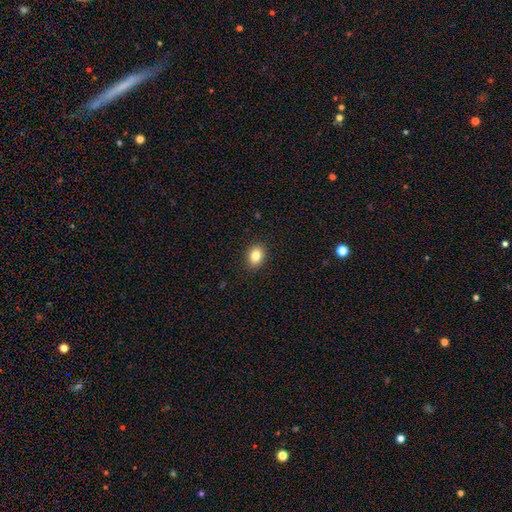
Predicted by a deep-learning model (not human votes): A smooth galaxy with no disk features (83%) that is in between round and cigar-shaped (61%). Merging: none (90%).